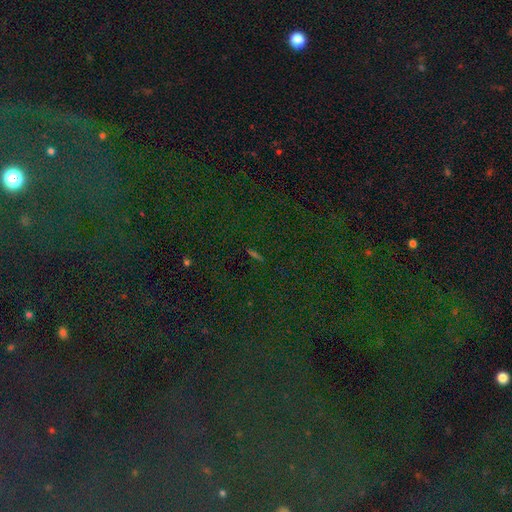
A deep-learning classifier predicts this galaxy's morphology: type=star or artifact (82%).